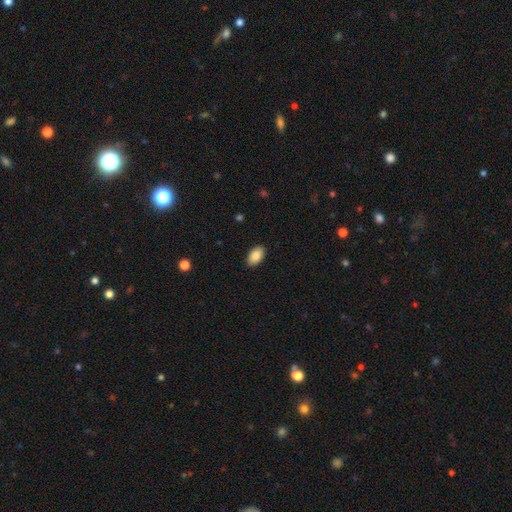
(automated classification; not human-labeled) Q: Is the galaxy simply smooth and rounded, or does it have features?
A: smooth — 88%.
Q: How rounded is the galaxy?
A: in between — 94%.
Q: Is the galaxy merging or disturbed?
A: none — 90%.